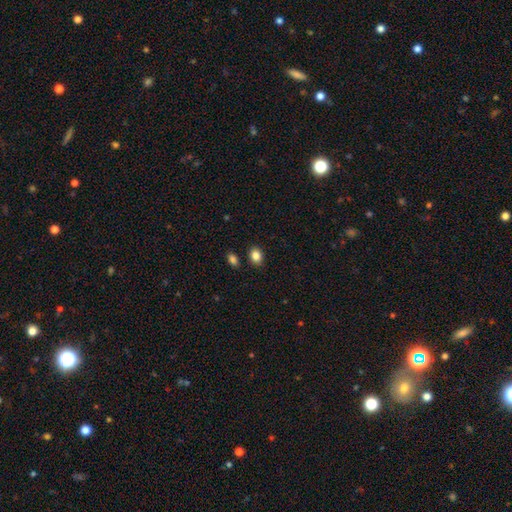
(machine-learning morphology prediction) A smooth galaxy with no disk features (85%) that is in between round and cigar-shaped (64%).

Vote fractions:
- Smooth or featured? smooth: 85% / star or artifact: 10% / featured or disk: 5%
- How rounded? in between: 64% / round: 35% / cigar-shaped: 1%
- Merging? none: 85% / minor disturbance: 9% / merger: 4% / major disturbance: 2%